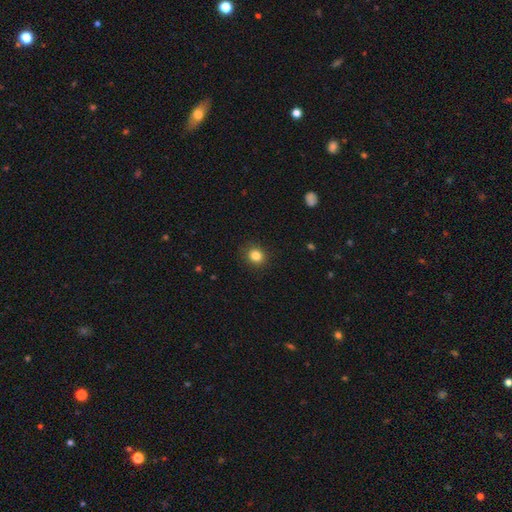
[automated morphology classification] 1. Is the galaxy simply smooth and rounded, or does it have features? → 84% smooth, 11% star or artifact, 5% featured or disk.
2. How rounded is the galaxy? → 83% round, 16% in between, 1% cigar-shaped.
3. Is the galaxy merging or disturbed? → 90% none, 7% minor disturbance, 2% major disturbance, 1% merger.